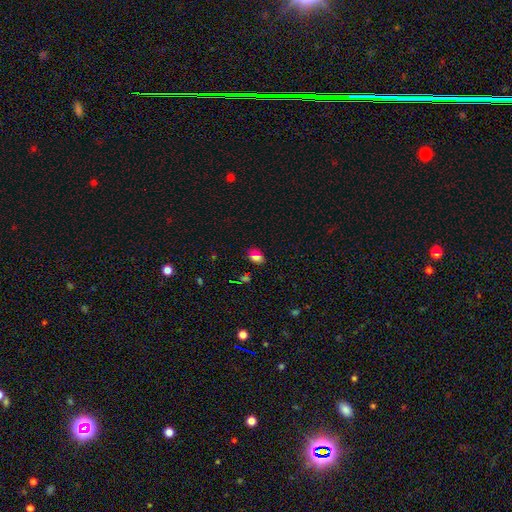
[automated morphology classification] smooth-or-featured: smooth: 67% | star or artifact: 23% | featured or disk: 9%
  how-rounded: in between: 69% | round: 29% | cigar-shaped: 2%
  merging: none: 82% | minor disturbance: 12% | major disturbance: 3% | merger: 2%